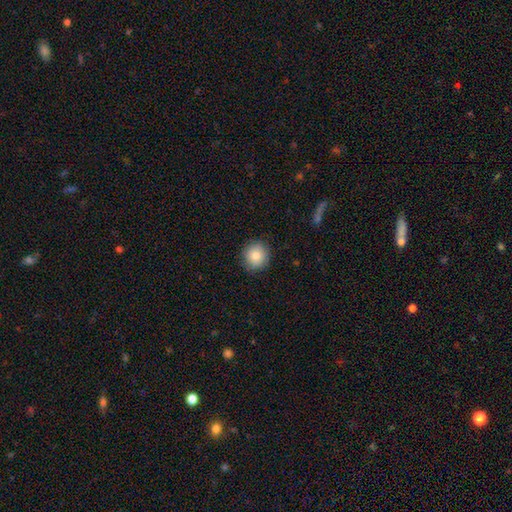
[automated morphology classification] Smooth or featured?
  - smooth: 82% *
  - featured or disk: 9%
  - star or artifact: 9%
How rounded?
  - round: 89% *
  - in between: 10%
  - cigar-shaped: 1%
Merging?
  - none: 88% *
  - minor disturbance: 9%
  - major disturbance: 2%
  - merger: 1%